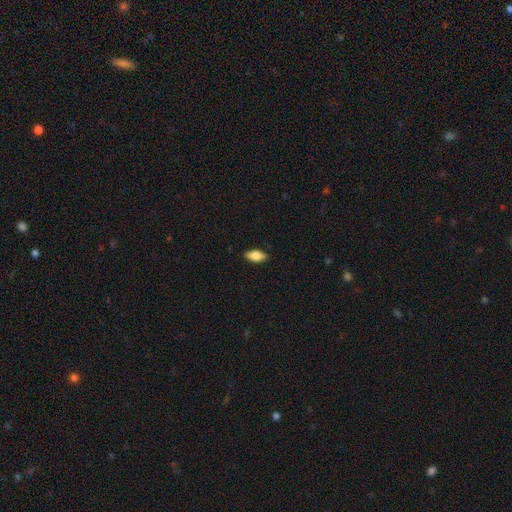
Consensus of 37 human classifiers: Smooth or featured? 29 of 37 (78%) said smooth. How rounded? 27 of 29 (93%) said in between. Merging? 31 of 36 (86%) said none.